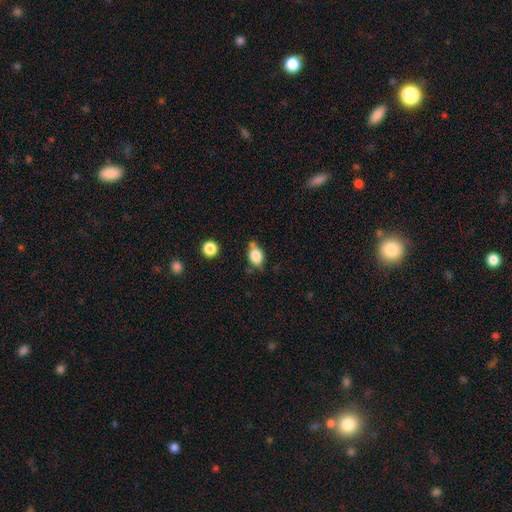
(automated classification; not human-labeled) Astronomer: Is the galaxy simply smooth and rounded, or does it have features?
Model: smooth — 80%.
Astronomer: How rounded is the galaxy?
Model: in between — 77%.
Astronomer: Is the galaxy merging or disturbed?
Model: none — 59%.